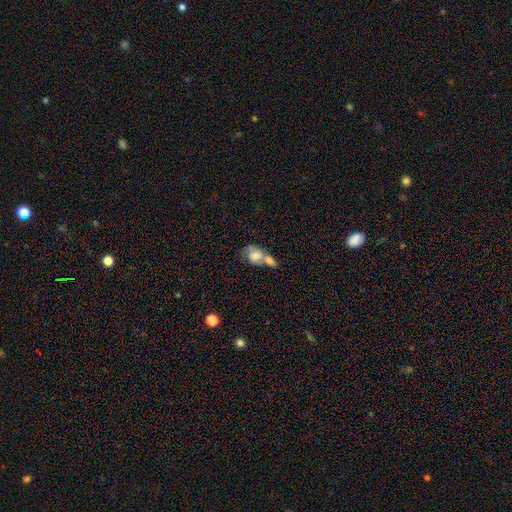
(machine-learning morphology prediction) smooth-or-featured: smooth: 62% | featured or disk: 29% | star or artifact: 8%
  how-rounded: in between: 59% | round: 39% | cigar-shaped: 2%
  merging: merger: 70% | none: 15% | minor disturbance: 9% | major disturbance: 7%